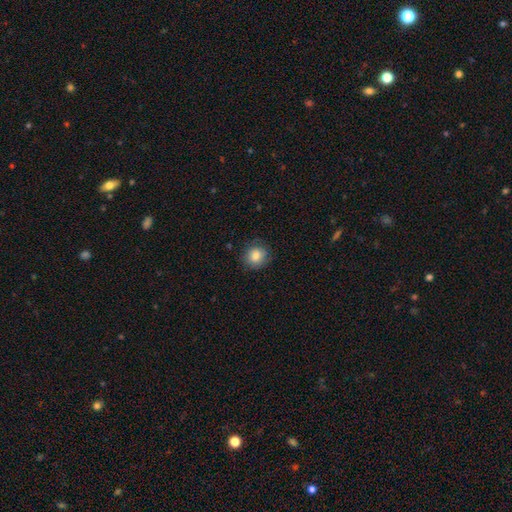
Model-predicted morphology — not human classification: smooth_or_featured: smooth (p=0.82) [alt: star or artifact p=0.09]
how_rounded: round (p=0.82) [alt: in between p=0.17]
merging: none (p=0.81) [alt: minor disturbance p=0.14]